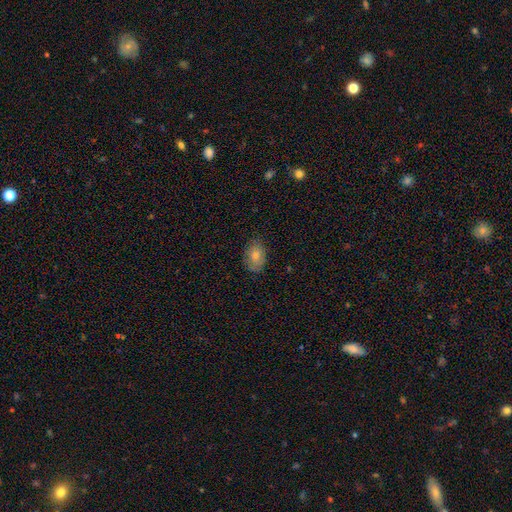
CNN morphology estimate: This appears to be a smooth galaxy with no disk features (80%) that is in between round and cigar-shaped (83%). Merging: none (79%).